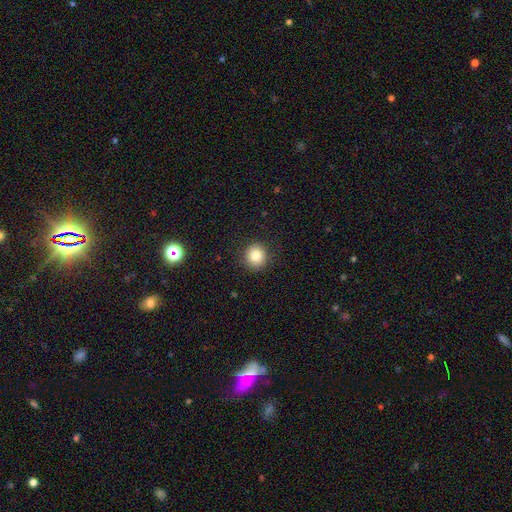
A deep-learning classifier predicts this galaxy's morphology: This is clearly a smooth galaxy (82%). How rounded: clearly round (91%). Merging: clearly none (90%).